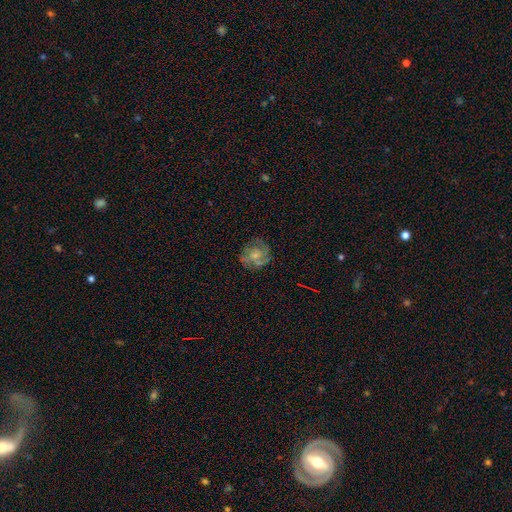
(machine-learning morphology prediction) This appears to be a featured or disk galaxy (61%) with no bar (73%), spiral arms (80%) and a small central bulge (49%). Merging: none (72%).